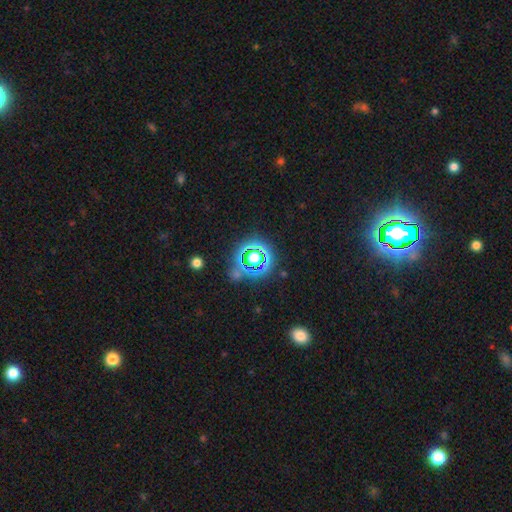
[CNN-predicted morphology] smooth_or_featured: star or artifact (p=0.78) [alt: smooth p=0.15]